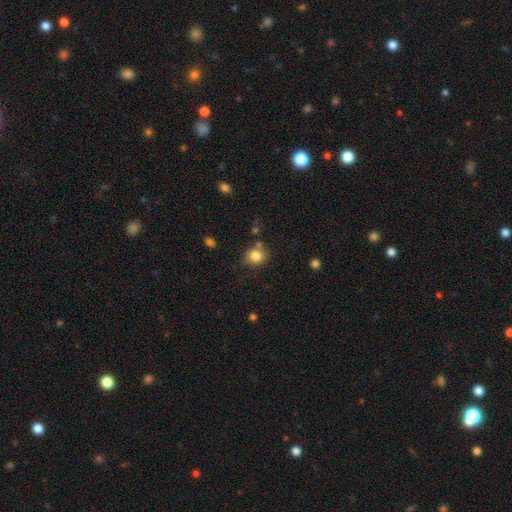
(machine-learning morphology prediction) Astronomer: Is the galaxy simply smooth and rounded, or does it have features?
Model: smooth — 81%.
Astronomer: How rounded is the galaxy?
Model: round — 75%.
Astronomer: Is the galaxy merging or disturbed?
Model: none — 68%.